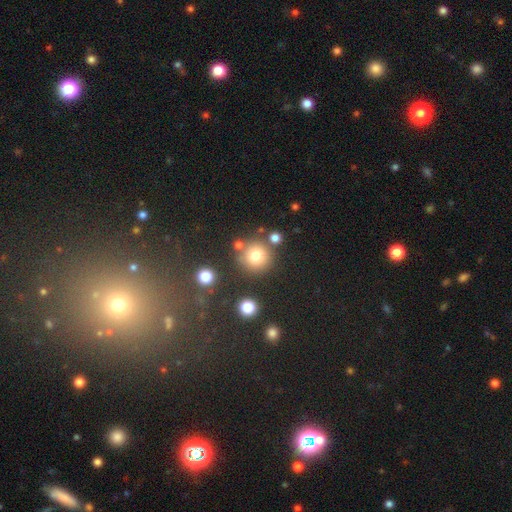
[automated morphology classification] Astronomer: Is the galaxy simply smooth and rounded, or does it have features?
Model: smooth — 76%.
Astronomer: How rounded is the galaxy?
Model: round — 94%.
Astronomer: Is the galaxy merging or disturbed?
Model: none — 77%.